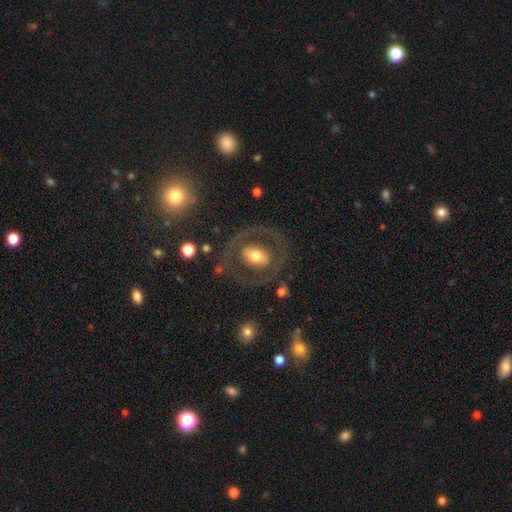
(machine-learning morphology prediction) Smooth or featured? Predicted: featured or disk (p=0.57). Edge-on disk? Predicted: no (p=0.94). Bar? Predicted: no (p=0.53). Spiral arms? Predicted: no (p=0.80). Bulge size? Predicted: moderate (p=0.66). Merging? Predicted: none (p=0.74).